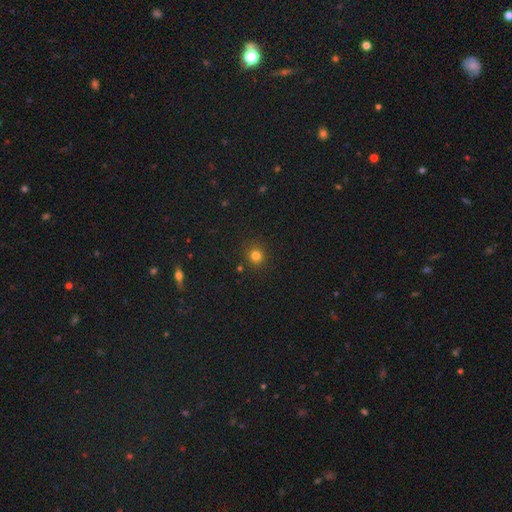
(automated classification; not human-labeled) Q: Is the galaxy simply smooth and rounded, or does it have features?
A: smooth — 79%.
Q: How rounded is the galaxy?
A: round — 89%.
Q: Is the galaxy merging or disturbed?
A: none — 88%.